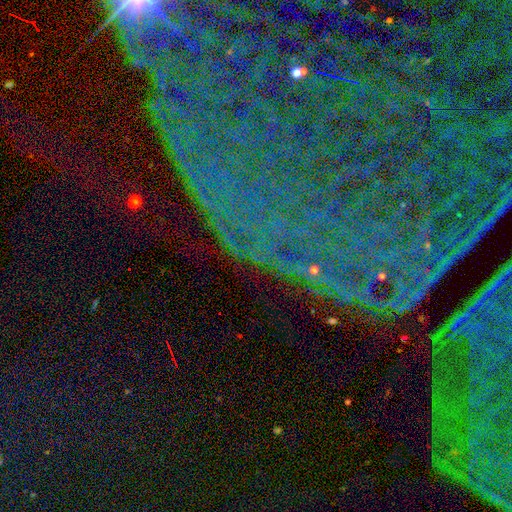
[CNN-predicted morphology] Smooth or featured? star or artifact (81%)